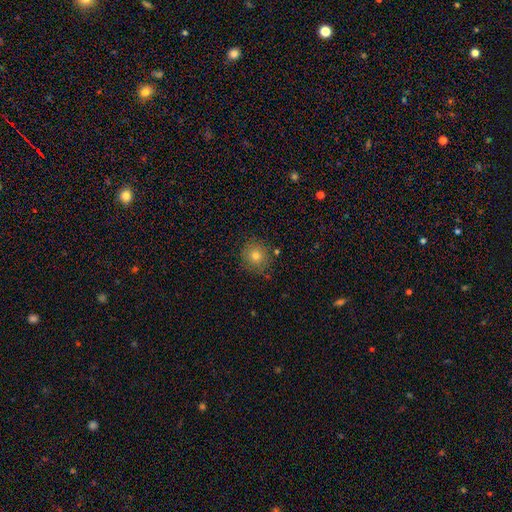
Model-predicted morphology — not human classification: A smooth galaxy with no disk features (76%) that is round (91%). Merging: none (85%).